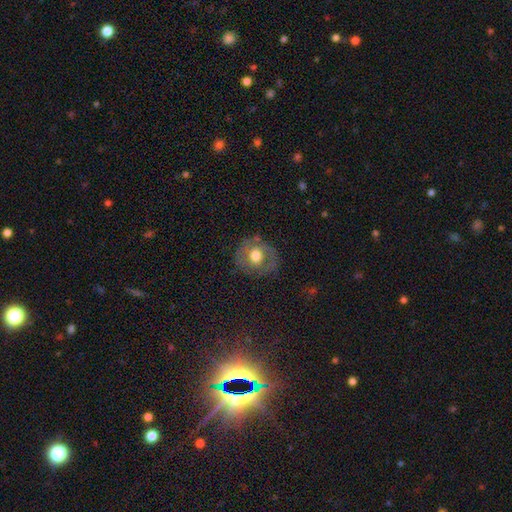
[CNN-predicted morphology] Overall: smooth (55%; featured or disk 36%). How rounded: round (81%). Merging: none (74%).